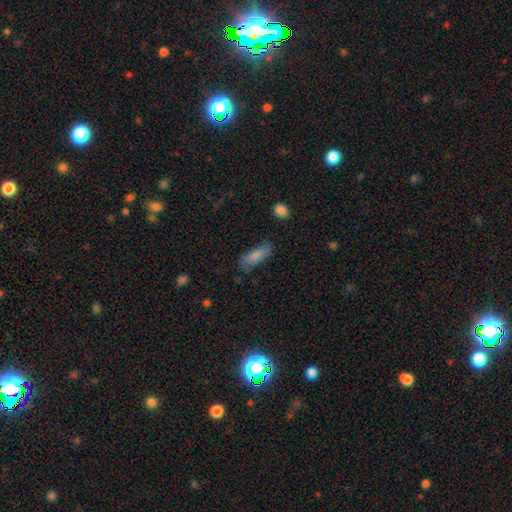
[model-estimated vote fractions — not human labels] A smooth galaxy with no disk features (79%) that is in between round and cigar-shaped (63%). Merging: none (70%).